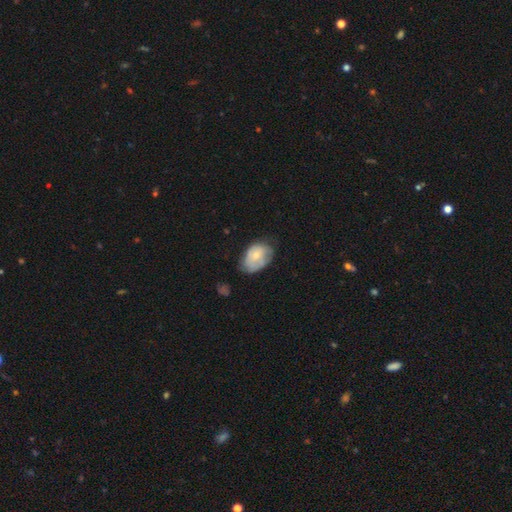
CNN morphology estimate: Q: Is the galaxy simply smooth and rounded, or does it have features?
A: smooth — 58%.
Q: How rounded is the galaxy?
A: in between — 82%.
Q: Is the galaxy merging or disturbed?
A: none — 47%.